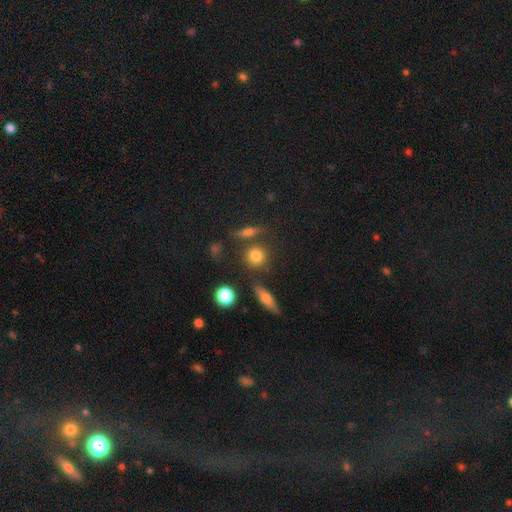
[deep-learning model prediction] The model was most divided on "merging": none: 75%, minor disturbance: 10%, merger: 10%, major disturbance: 4%. More confident: how rounded — round (84%); smooth or featured — smooth (79%).